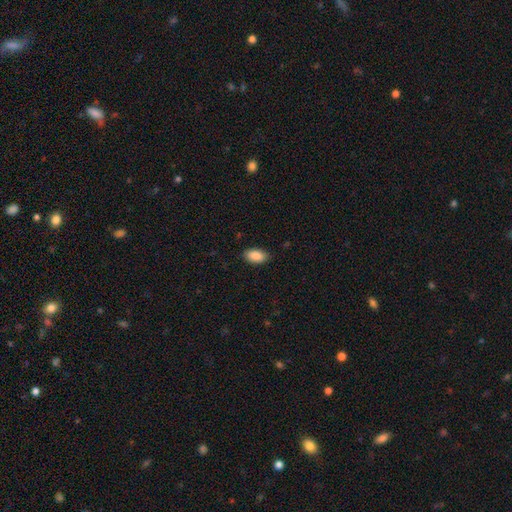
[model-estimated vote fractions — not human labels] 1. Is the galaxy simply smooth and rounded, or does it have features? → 89% smooth, 7% star or artifact, 4% featured or disk.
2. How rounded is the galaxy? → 94% in between, 4% round, 2% cigar-shaped.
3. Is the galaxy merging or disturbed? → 86% none, 11% minor disturbance, 2% major disturbance, 1% merger.